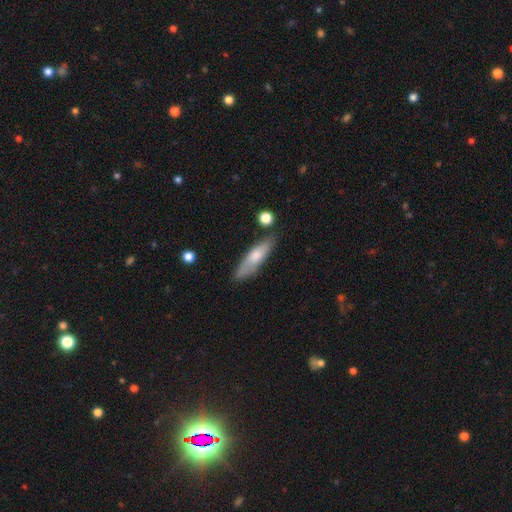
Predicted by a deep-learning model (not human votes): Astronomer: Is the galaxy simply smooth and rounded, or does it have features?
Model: smooth — 64%.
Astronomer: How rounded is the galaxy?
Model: cigar-shaped — 66%.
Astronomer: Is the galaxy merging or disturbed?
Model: none — 75%.